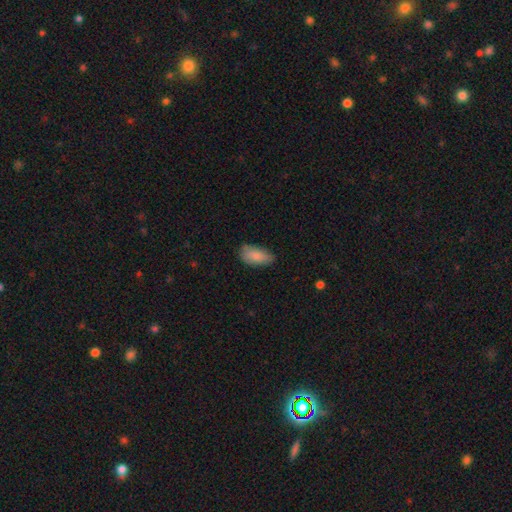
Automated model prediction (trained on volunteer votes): Smooth or featured? smooth (85%)
How rounded? in between (90%)
Merging? none (71%)